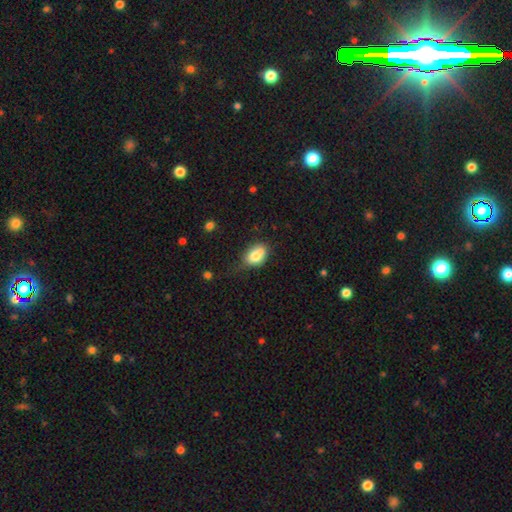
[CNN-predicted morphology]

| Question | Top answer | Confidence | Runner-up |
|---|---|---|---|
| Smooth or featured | smooth | 78% | featured or disk (13%) |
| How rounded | in between | 78% | round (20%) |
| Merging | none | 45% | minor disturbance (32%) |